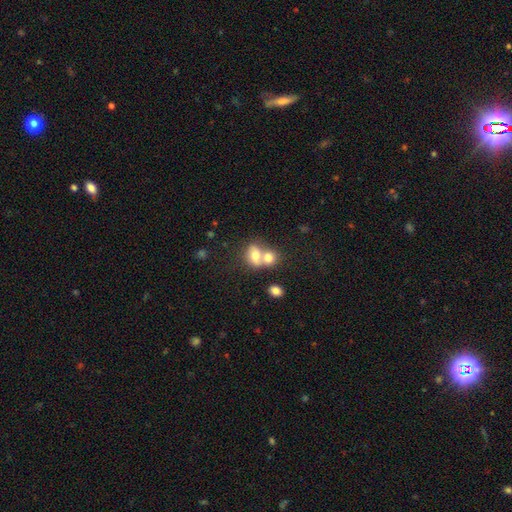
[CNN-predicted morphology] smooth-or-featured: smooth: 71% | featured or disk: 19% | star or artifact: 9%
  how-rounded: in between: 56% | round: 43% | cigar-shaped: 1%
  merging: merger: 67% | none: 22% | minor disturbance: 7% | major disturbance: 4%